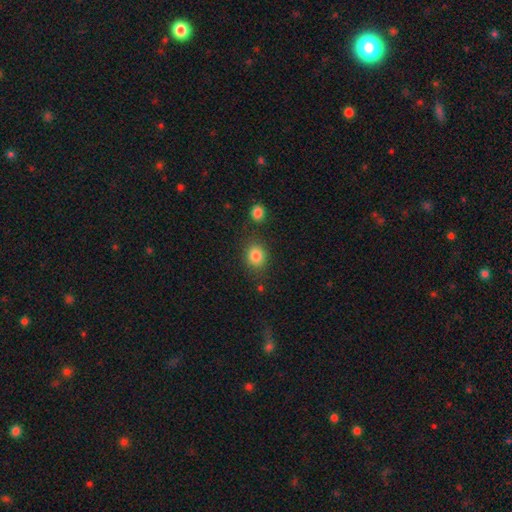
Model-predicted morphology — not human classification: A smooth galaxy with no disk features (84%) that is round (59%). Merging: none (78%).